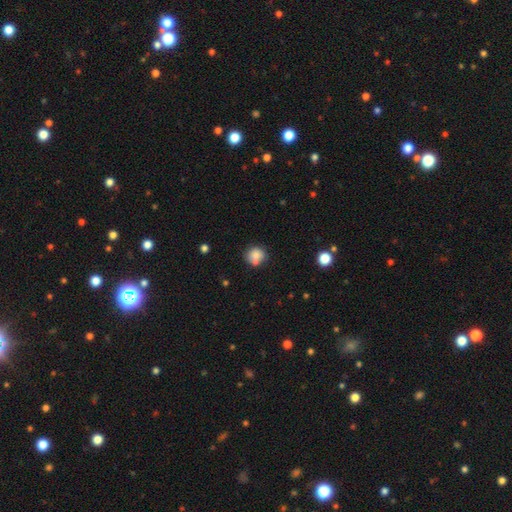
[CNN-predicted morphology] A smooth galaxy with no disk features (81%) that is round (86%). Merging: none (61%).